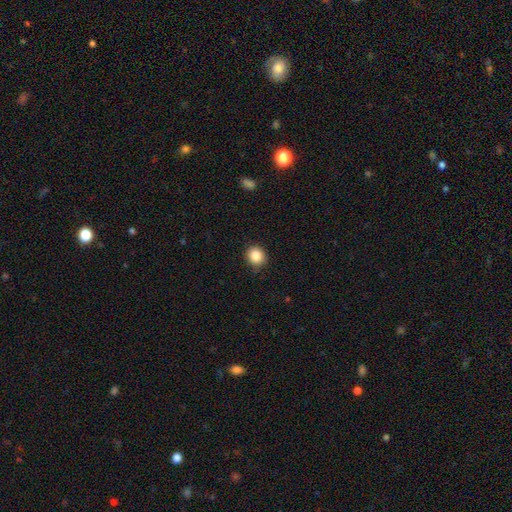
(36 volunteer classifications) smooth 92%, featured or disk 6%, star or artifact 3%. Down the decision tree: how rounded — round (85%); merging — none (83%).